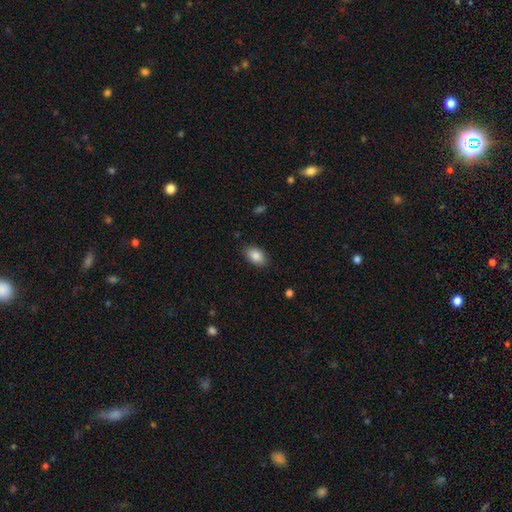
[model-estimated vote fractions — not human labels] smooth-or-featured: smooth: 87% | star or artifact: 7% | featured or disk: 6%
  how-rounded: in between: 91% | round: 8% | cigar-shaped: 2%
  merging: none: 86% | minor disturbance: 10% | major disturbance: 3% | merger: 1%